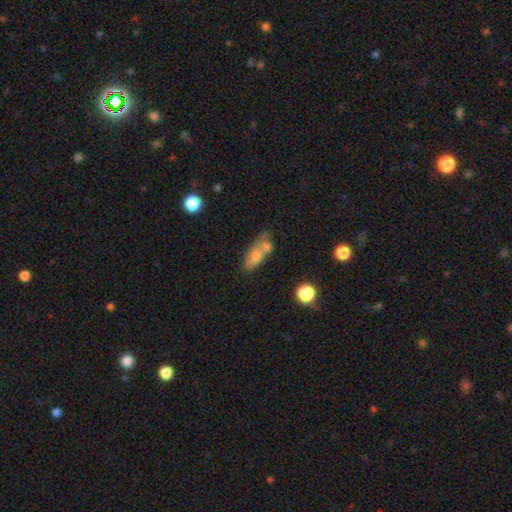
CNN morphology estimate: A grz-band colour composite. It shows a smooth galaxy with no disk features (66%) that is in between round and cigar-shaped (72%). Merging: none (37%).